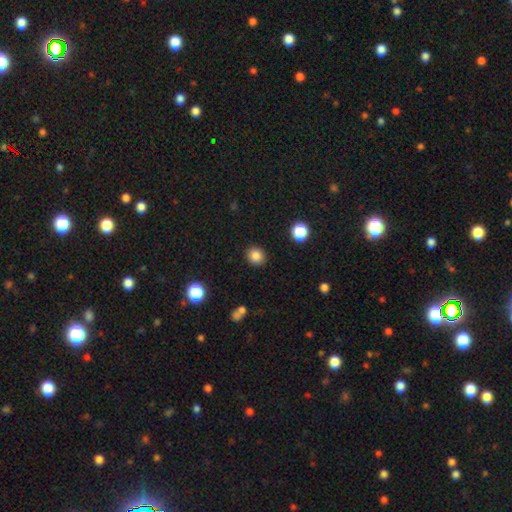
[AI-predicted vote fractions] Smooth or featured? Predicted: smooth (p=0.84). How rounded? Predicted: round (p=0.80). Merging? Predicted: none (p=0.90).